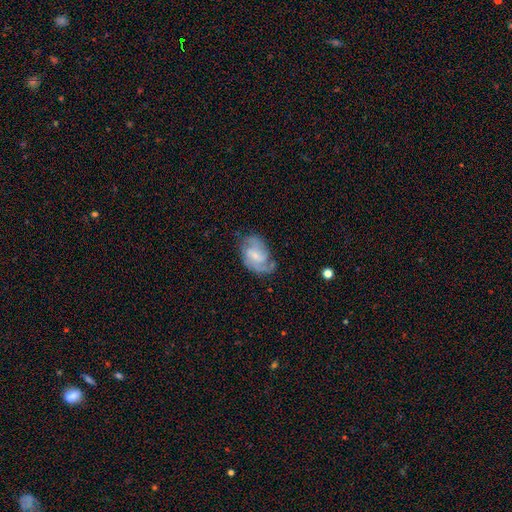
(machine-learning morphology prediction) Smooth or featured? Predicted: featured or disk (p=0.80). Edge-on disk? Predicted: no (p=0.97). Bar? Predicted: weak (p=0.53). Spiral arms? Predicted: yes (p=0.95). Spiral winding? Predicted: medium (p=0.48). Spiral arm count? Predicted: 2 (p=0.55). Bulge size? Predicted: small (p=0.63). Merging? Predicted: none (p=0.65).